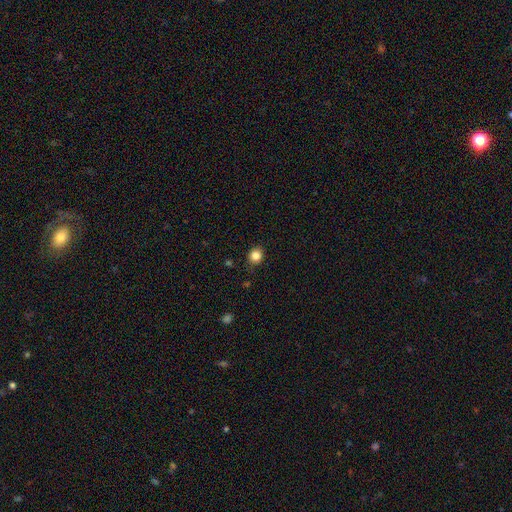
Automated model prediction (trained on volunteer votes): Smooth or featured? Predicted: smooth (p=0.83). How rounded? Predicted: round (p=0.79). Merging? Predicted: none (p=0.84).